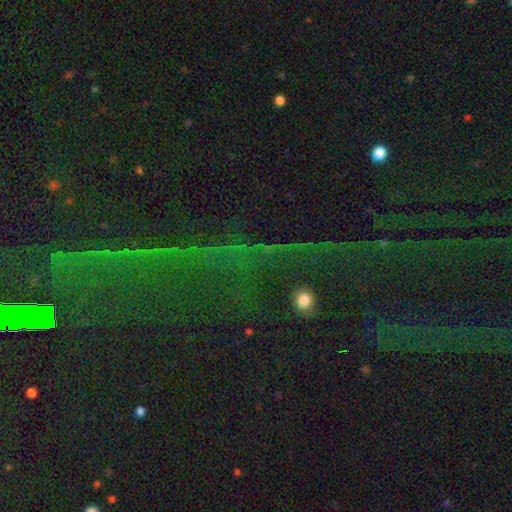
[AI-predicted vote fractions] Overall: star or artifact (80%).